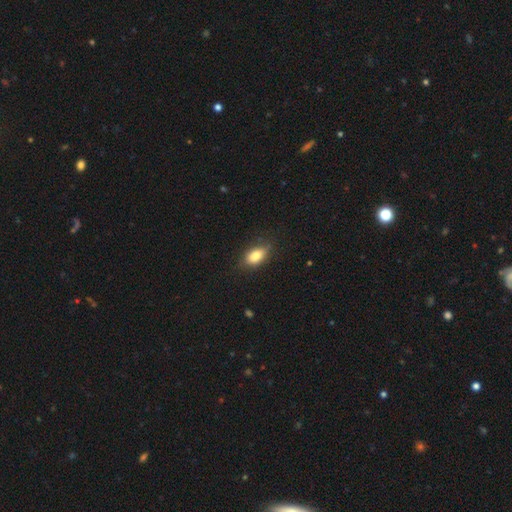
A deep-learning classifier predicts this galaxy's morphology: type=smooth (83%); roundness=in between (88%); merging=none (76%).